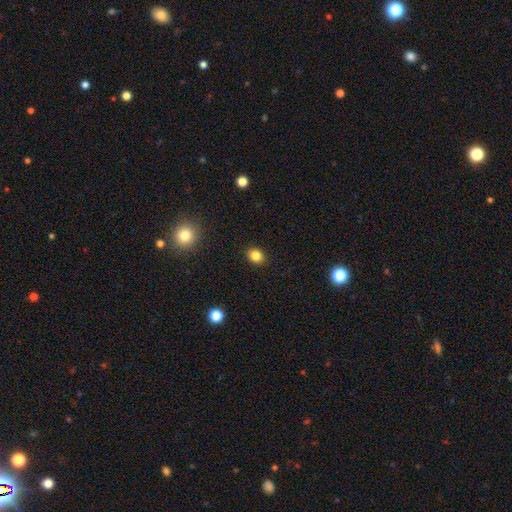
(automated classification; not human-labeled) A smooth galaxy with no disk features (83%) that is round (57%).

Vote fractions:
- Smooth or featured? smooth: 83% / star or artifact: 12% / featured or disk: 5%
- How rounded? round: 57% / in between: 42% / cigar-shaped: 1%
- Merging? none: 90% / minor disturbance: 7% / major disturbance: 2% / merger: 1%